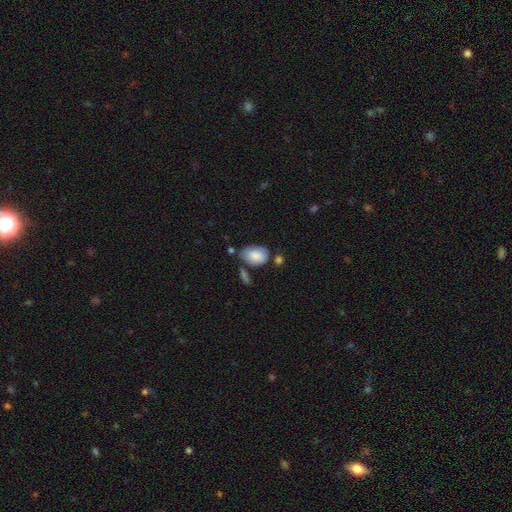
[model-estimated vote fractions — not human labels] smooth-or-featured: smooth: 83% | featured or disk: 10% | star or artifact: 7%
  how-rounded: in between: 87% | round: 11% | cigar-shaped: 1%
  merging: none: 53% | minor disturbance: 28% | merger: 11% | major disturbance: 8%